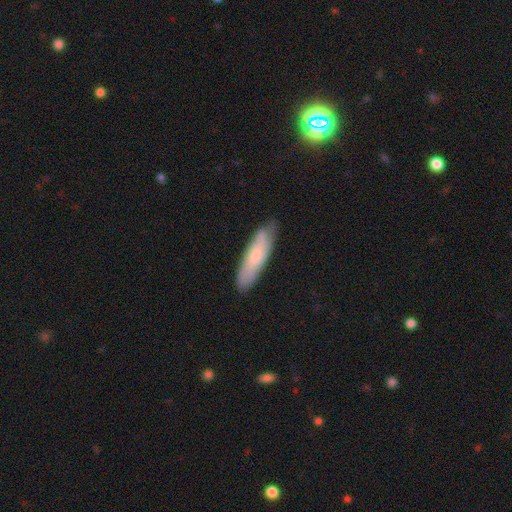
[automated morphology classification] A smooth galaxy with no disk features (67%) that is cigar-shaped (67%).

Vote fractions:
- Smooth or featured? smooth: 67% / featured or disk: 28% / star or artifact: 6%
- How rounded? cigar-shaped: 67% / in between: 32% / round: 2%
- Merging? none: 79% / minor disturbance: 17% / major disturbance: 3% / merger: 1%